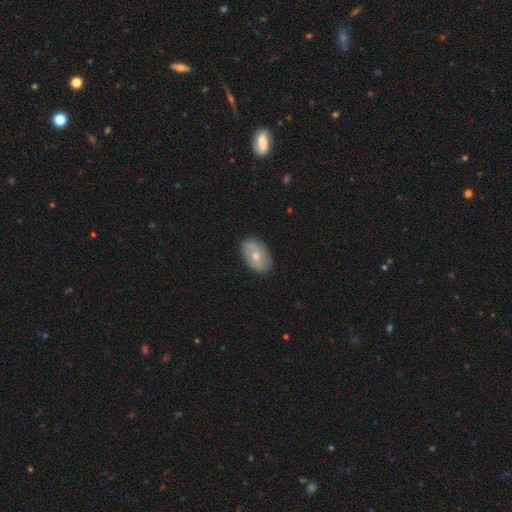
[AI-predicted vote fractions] Smooth or featured?
  - smooth: 53% *
  - featured or disk: 40%
  - star or artifact: 7%
How rounded?
  - in between: 87% *
  - round: 11%
  - cigar-shaped: 1%
Merging?
  - none: 81% *
  - minor disturbance: 15%
  - major disturbance: 3%
  - merger: 1%